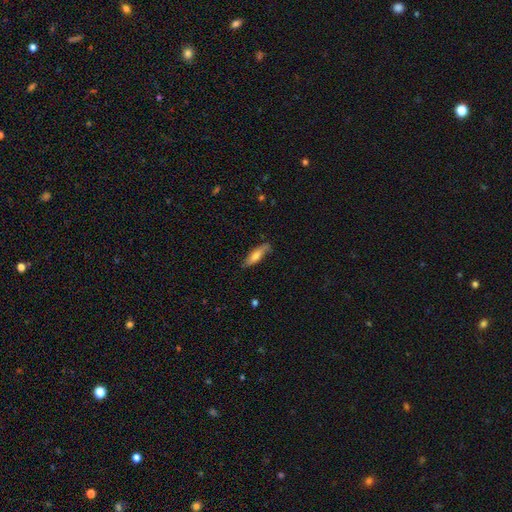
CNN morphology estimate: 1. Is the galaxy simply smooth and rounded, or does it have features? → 62% smooth, 31% featured or disk, 6% star or artifact.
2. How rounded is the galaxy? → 57% cigar-shaped, 41% in between, 2% round.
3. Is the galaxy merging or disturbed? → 71% none, 22% minor disturbance, 5% major disturbance, 2% merger.